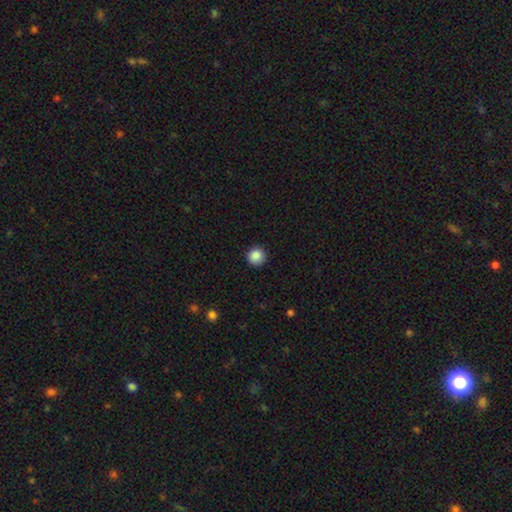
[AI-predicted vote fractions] A smooth galaxy with no disk features (88%) that is round (95%). Merging: none (90%).